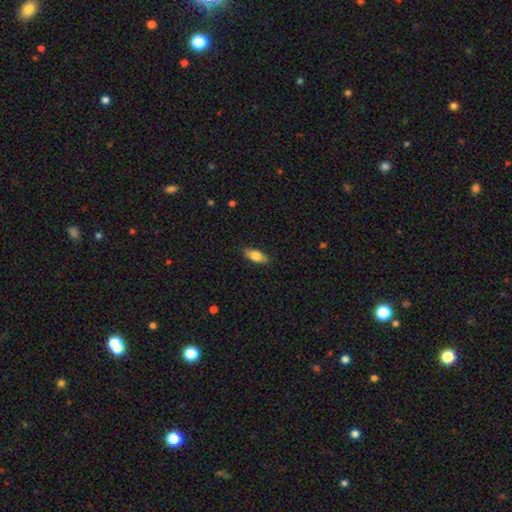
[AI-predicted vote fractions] Smooth or featured: smooth — 72% (featured or disk — 22%)
How rounded: in between — 79% (cigar-shaped — 17%)
Merging: none — 86% (minor disturbance — 11%)